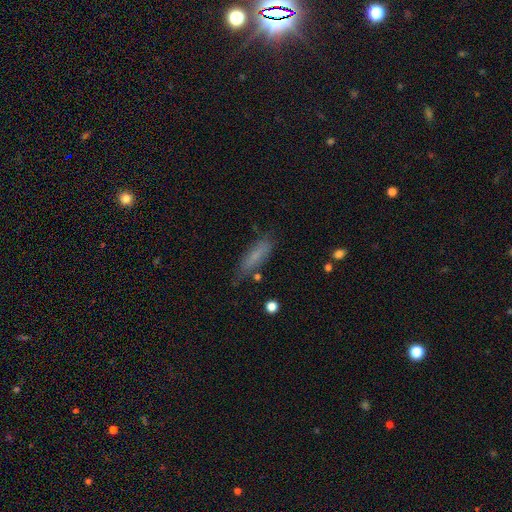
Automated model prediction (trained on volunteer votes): Smooth or featured? smooth (72%)
How rounded? cigar-shaped (62%)
Merging? none (70%)